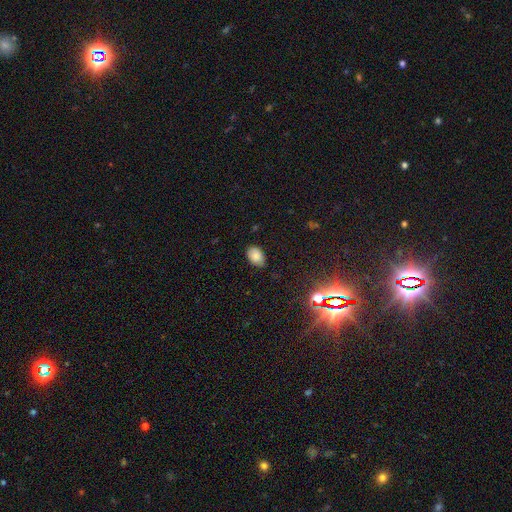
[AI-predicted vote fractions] smooth-or-featured: smooth: 83% | star or artifact: 10% | featured or disk: 6%
  how-rounded: in between: 86% | round: 13% | cigar-shaped: 1%
  merging: none: 76% | minor disturbance: 20% | major disturbance: 3% | merger: 1%